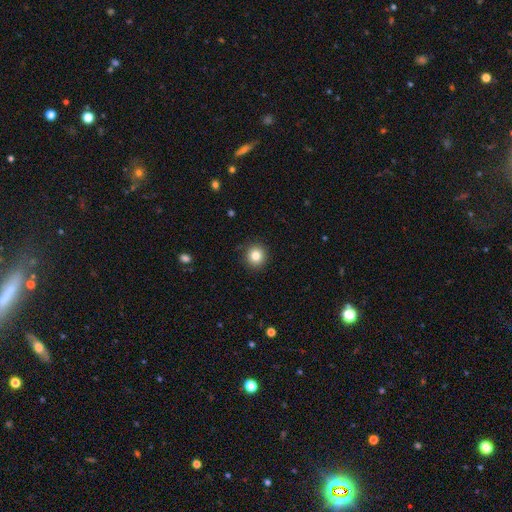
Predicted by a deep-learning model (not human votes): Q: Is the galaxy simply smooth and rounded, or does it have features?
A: smooth — 83%.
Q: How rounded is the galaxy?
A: round — 91%.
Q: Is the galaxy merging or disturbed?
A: none — 91%.